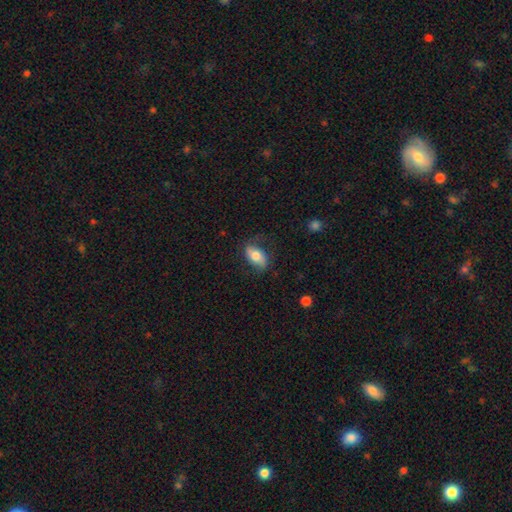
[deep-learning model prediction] A smooth galaxy with no disk features (64%) that is in between round and cigar-shaped (90%). Merging: none (69%).